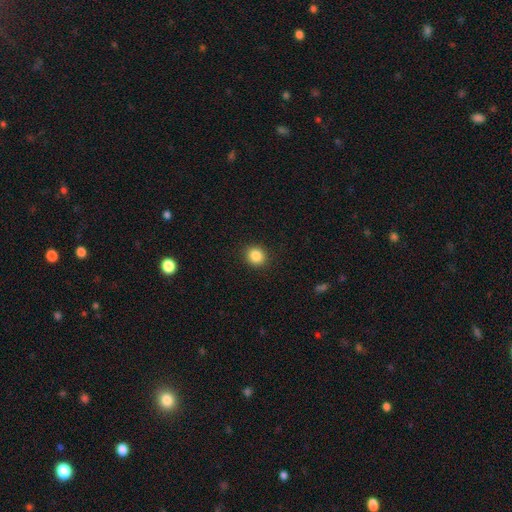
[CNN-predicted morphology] smooth-or-featured: smooth: 86% | star or artifact: 10% | featured or disk: 4%
  how-rounded: round: 82% | in between: 18% | cigar-shaped: 1%
  merging: none: 91% | minor disturbance: 6% | major disturbance: 2% | merger: 1%